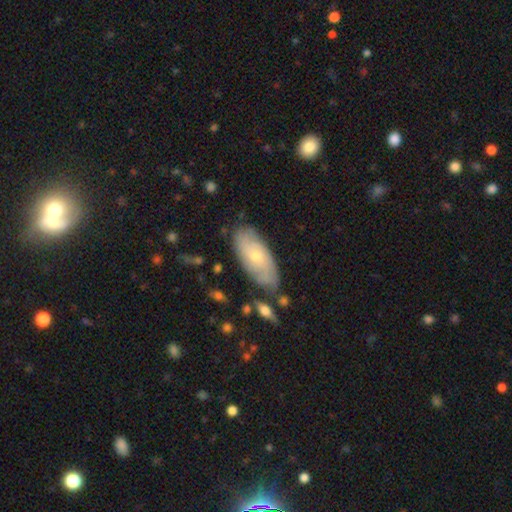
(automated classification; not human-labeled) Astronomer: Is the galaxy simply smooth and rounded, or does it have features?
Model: featured or disk — 52% (runner-up: smooth, 41%).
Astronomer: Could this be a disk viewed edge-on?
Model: no — 86%.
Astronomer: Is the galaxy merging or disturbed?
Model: none — 75%.